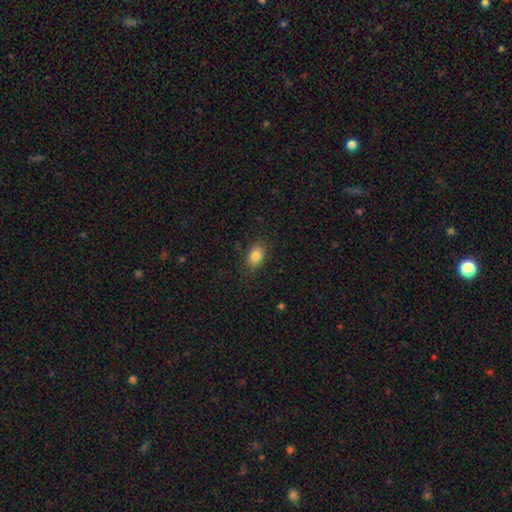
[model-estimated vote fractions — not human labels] Smooth or featured?
  - smooth: 83% *
  - star or artifact: 9%
  - featured or disk: 8%
How rounded?
  - in between: 81% *
  - round: 18%
  - cigar-shaped: 1%
Merging?
  - none: 84% *
  - minor disturbance: 11%
  - major disturbance: 3%
  - merger: 1%